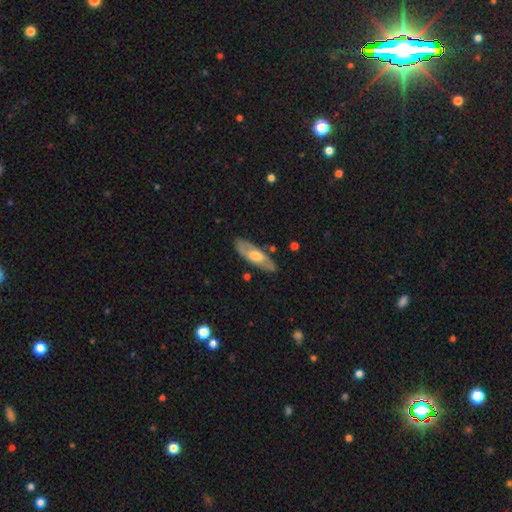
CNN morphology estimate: smooth-or-featured: featured or disk: 50% | smooth: 45% | star or artifact: 5%
  merging: none: 83% | minor disturbance: 12% | major disturbance: 3% | merger: 2%